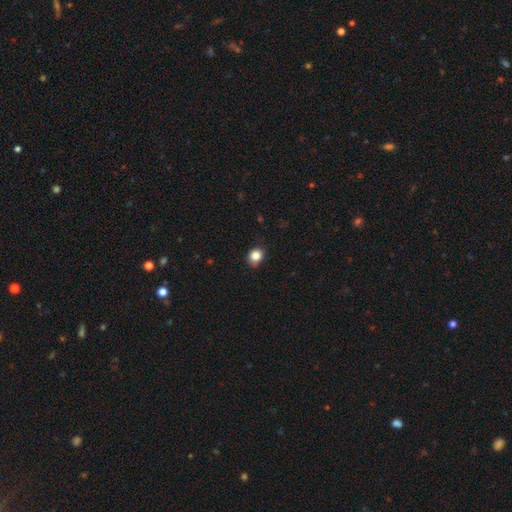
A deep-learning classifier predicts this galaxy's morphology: smooth 85%, star or artifact 11%, featured or disk 5%. Down the decision tree: how rounded — round (74%); merging — none (84%).